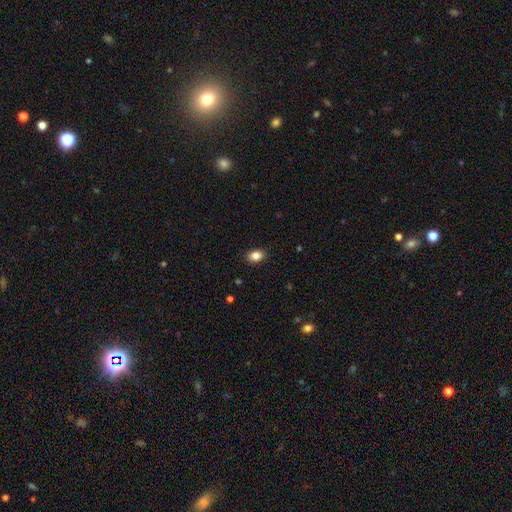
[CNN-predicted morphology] The model was most divided on "how rounded": in between: 72%, round: 27%, cigar-shaped: 1%. More confident: merging — none (89%); smooth or featured — smooth (85%).